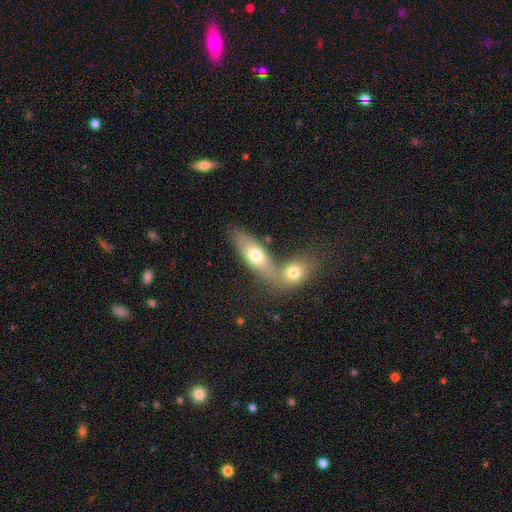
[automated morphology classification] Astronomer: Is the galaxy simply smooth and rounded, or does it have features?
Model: smooth — 66%.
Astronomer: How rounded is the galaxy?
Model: in between — 71%.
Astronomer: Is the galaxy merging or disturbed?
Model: merger — 48% (runner-up: none, 39%).